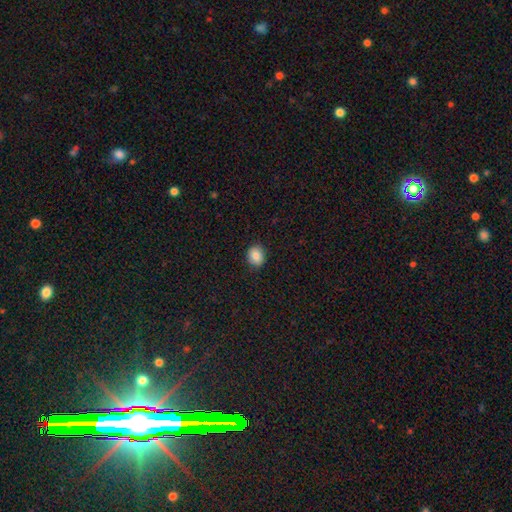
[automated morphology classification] This appears to be a smooth galaxy with no disk features (86%) that is round (60%). Merging: none (87%).